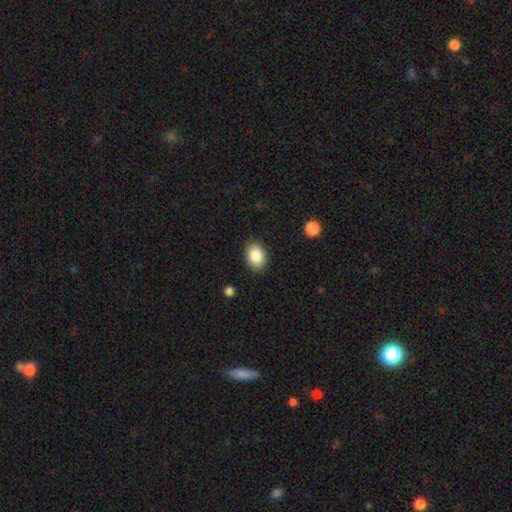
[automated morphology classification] Smooth or featured? smooth (86%)
How rounded? in between (68%)
Merging? none (86%)